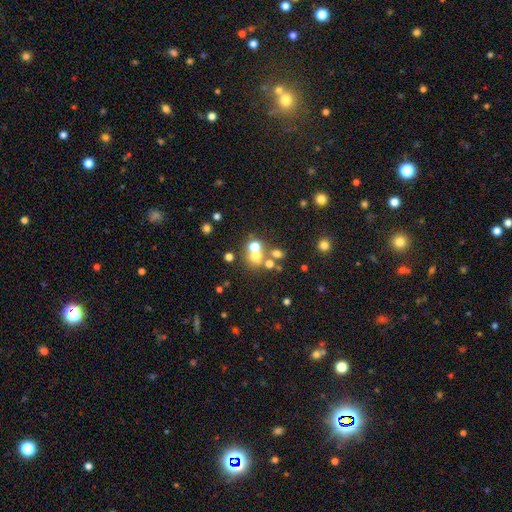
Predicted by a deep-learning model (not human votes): smooth 58%, star or artifact 24%, featured or disk 18%. Down the decision tree: how rounded — round (80%); merging — none (47%).